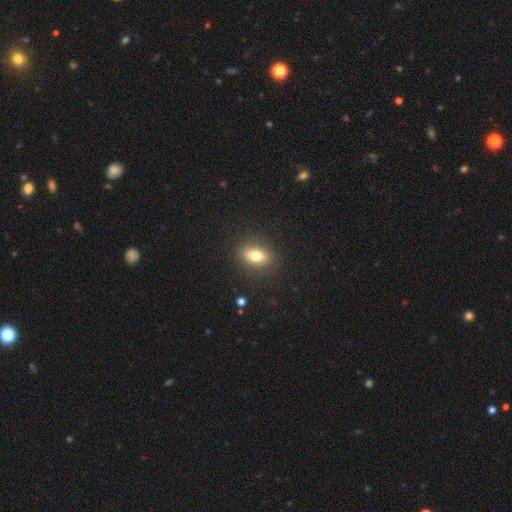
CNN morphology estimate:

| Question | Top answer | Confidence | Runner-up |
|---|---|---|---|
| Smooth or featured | smooth | 76% | featured or disk (14%) |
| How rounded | in between | 75% | round (20%) |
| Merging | none | 88% | minor disturbance (8%) |